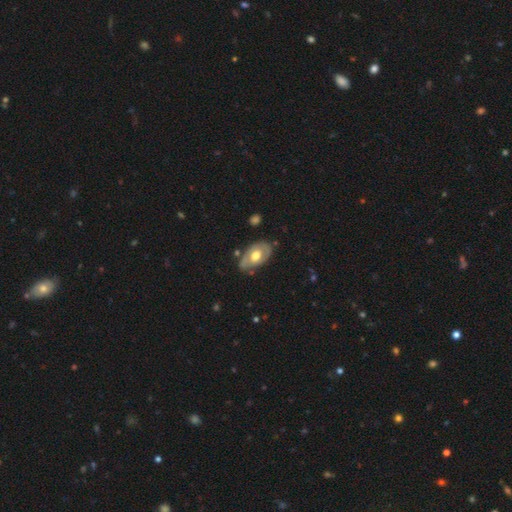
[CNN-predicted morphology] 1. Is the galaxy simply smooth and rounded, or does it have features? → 54% featured or disk, 41% smooth, 5% star or artifact.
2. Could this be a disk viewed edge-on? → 90% no, 10% yes.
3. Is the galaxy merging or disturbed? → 68% none, 23% minor disturbance, 6% major disturbance, 3% merger.